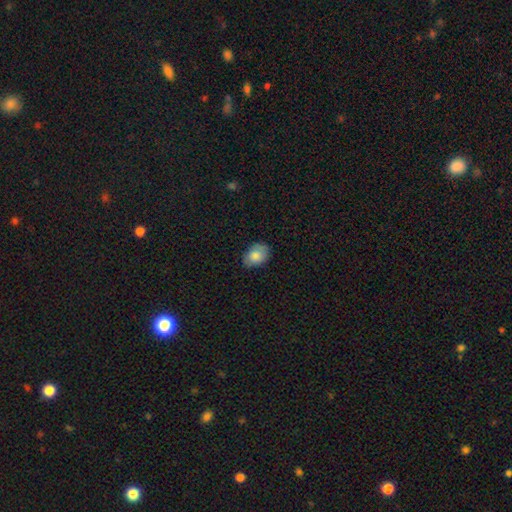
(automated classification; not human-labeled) Smooth or featured? smooth (82%)
How rounded? in between (79%)
Merging? none (78%)